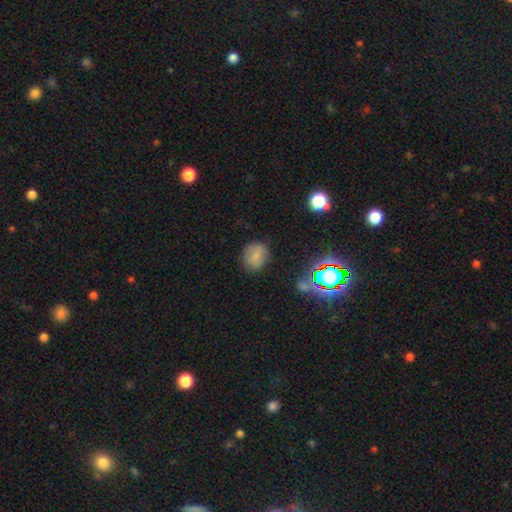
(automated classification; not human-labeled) Morphology: type=smooth (72%); roundness=round (64%); merging=none (78%).